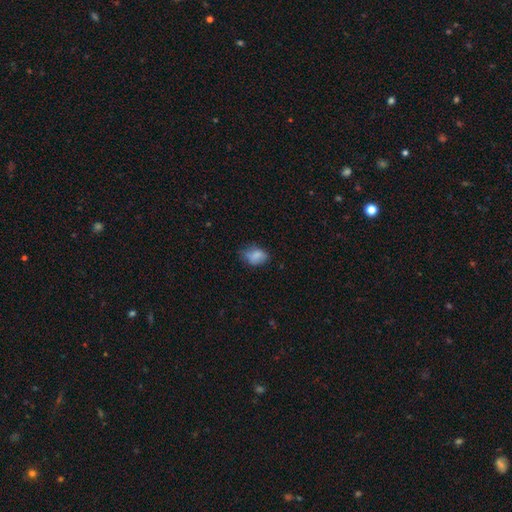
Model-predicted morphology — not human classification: smooth 79%, featured or disk 12%, star or artifact 9%. Down the decision tree: how rounded — in between (73%); merging — none (54%).